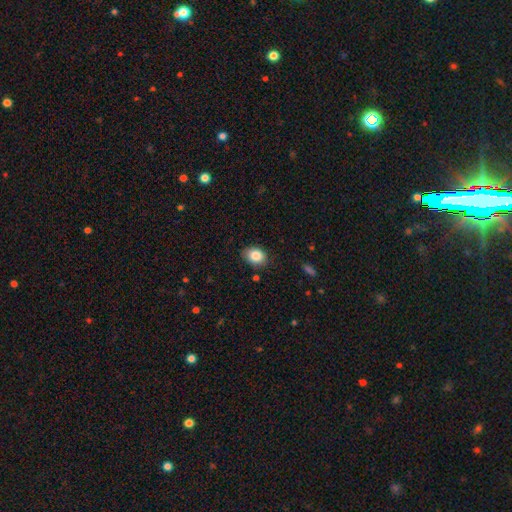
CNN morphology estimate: This is clearly a smooth galaxy (85%). How rounded: likely in between (67%). Merging: clearly none (83%).